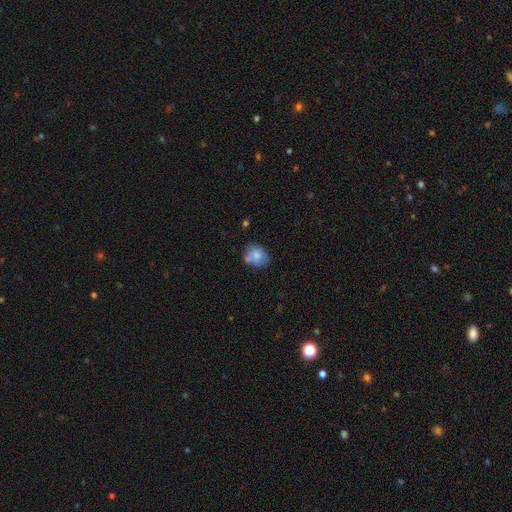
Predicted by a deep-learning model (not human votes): This appears to be a smooth galaxy with no disk features (66%) that is round (55%). Merging: none (48%).